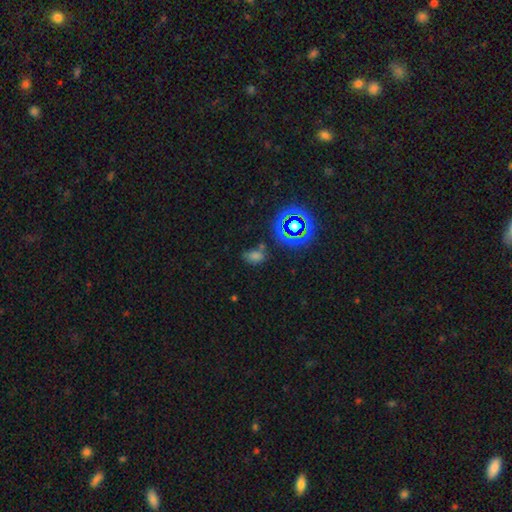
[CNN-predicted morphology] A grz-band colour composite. It shows a smooth galaxy with no disk features (58%) that is in between round and cigar-shaped (76%). Merging: none (59%).